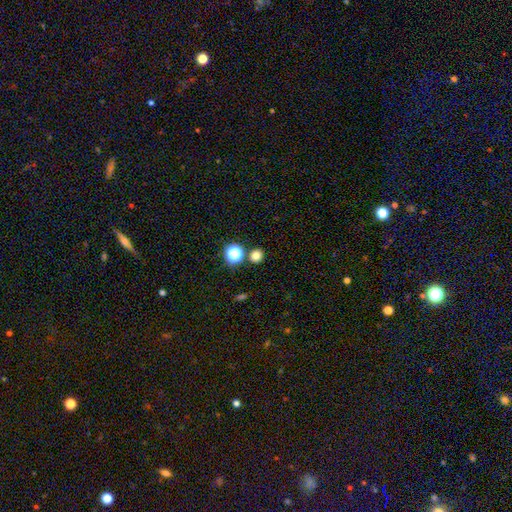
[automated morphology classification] A smooth galaxy with no disk features (77%) that is round (89%).

Vote fractions:
- Smooth or featured? smooth: 77% / star or artifact: 18% / featured or disk: 5%
- How rounded? round: 89% / in between: 10% / cigar-shaped: 1%
- Merging? none: 82% / merger: 9% / minor disturbance: 7% / major disturbance: 2%